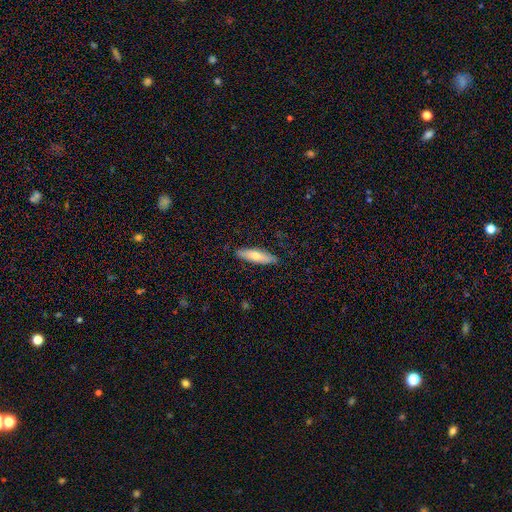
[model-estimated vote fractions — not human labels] This appears to be a smooth galaxy with no disk features (61%) that is cigar-shaped (65%). Merging: none (86%).